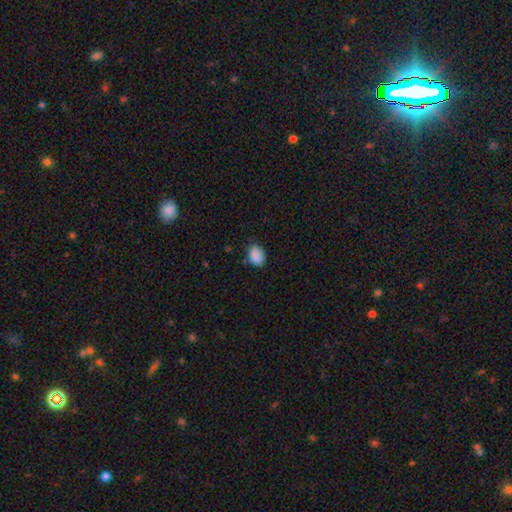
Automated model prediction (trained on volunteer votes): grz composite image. It shows a smooth galaxy with no disk features (88%) that is in between round and cigar-shaped (83%). Merging: none (75%).